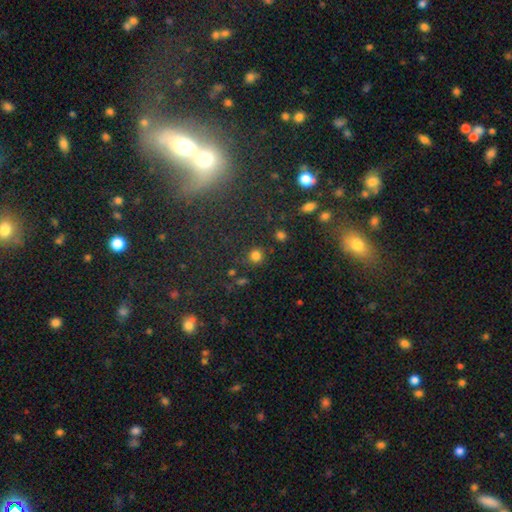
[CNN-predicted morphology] smooth_or_featured: smooth (p=0.78) [alt: star or artifact p=0.17]
how_rounded: round (p=0.91) [alt: in between p=0.08]
merging: none (p=0.83) [alt: minor disturbance p=0.09]